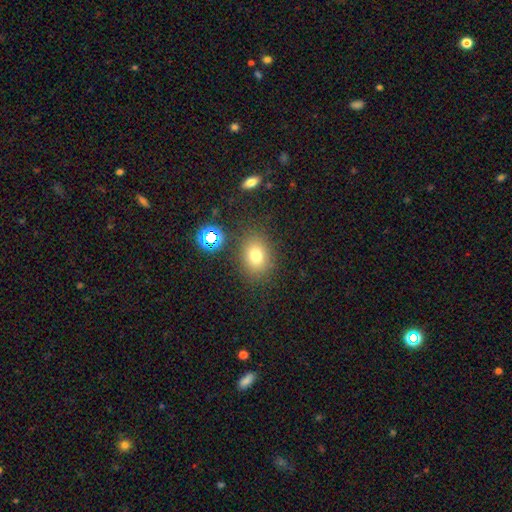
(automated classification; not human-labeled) smooth 74%, star or artifact 16%, featured or disk 10%. Down the decision tree: how rounded — in between (52%); merging — none (81%).